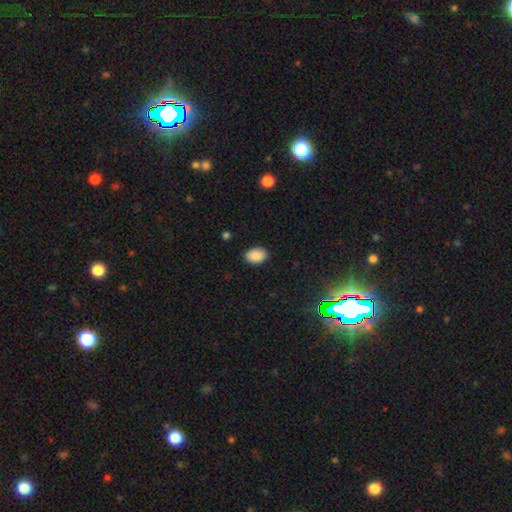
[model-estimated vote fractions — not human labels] Morphology: type=smooth (88%); roundness=in between (83%); merging=none (88%).